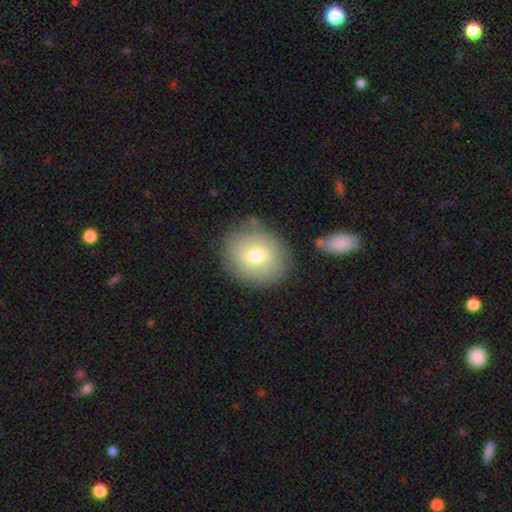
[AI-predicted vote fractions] Morphology: type=smooth (65%); roundness=round (68%); merging=none (78%).